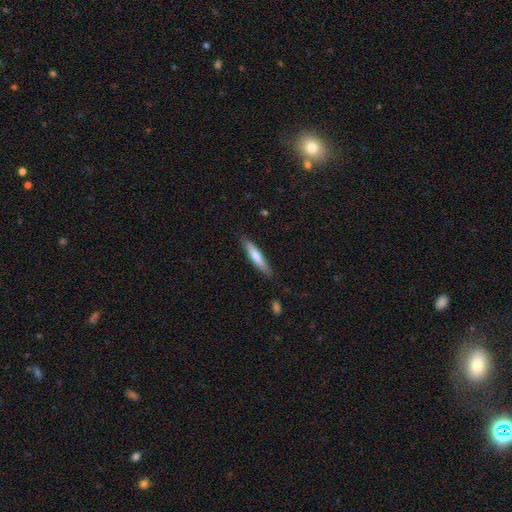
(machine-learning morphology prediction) This is likely a smooth galaxy (64%). How rounded: clearly cigar-shaped (88%). Merging: clearly none (85%).